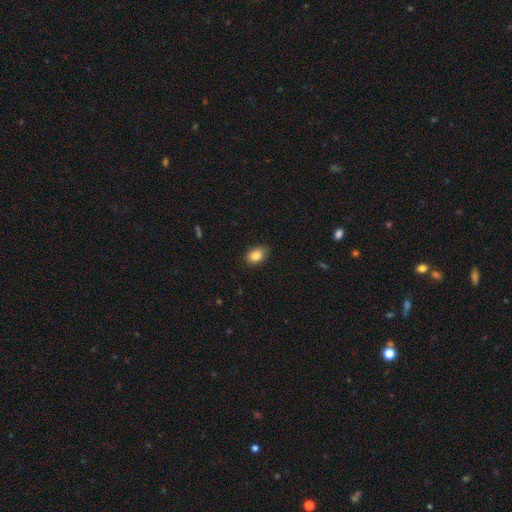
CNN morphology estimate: smooth 86%, star or artifact 8%, featured or disk 6%. Down the decision tree: how rounded — in between (80%); merging — none (82%).